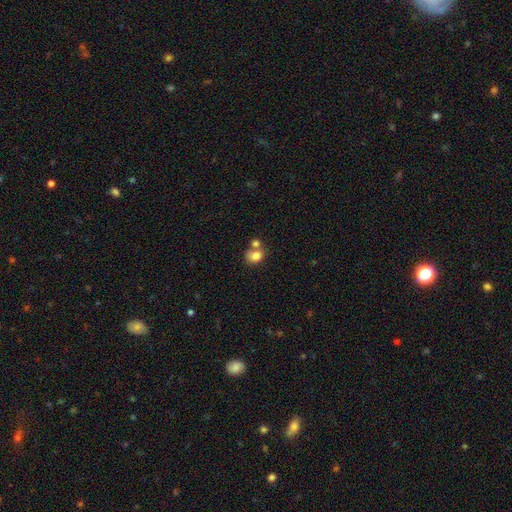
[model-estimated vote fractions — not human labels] A smooth galaxy with no disk features (80%) that is in between round and cigar-shaped (50%).

Vote fractions:
- Smooth or featured? smooth: 80% / featured or disk: 11% / star or artifact: 10%
- How rounded? in between: 50% / round: 49% / cigar-shaped: 1%
- Merging? merger: 43% / none: 41% / minor disturbance: 11% / major disturbance: 5%